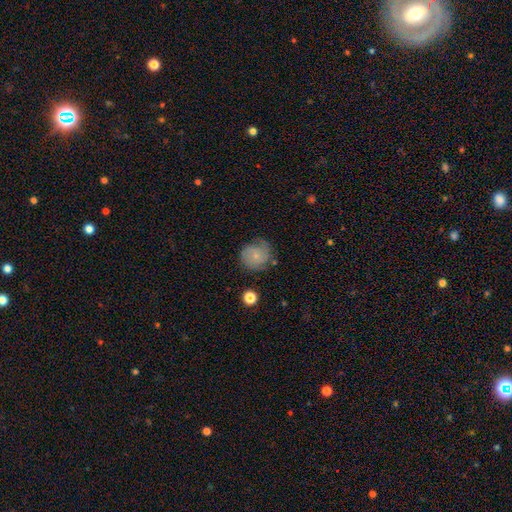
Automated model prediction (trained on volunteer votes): The model was most divided on "smooth or featured": smooth: 47%, featured or disk: 44%, star or artifact: 8%. More confident: merging — none (65%).